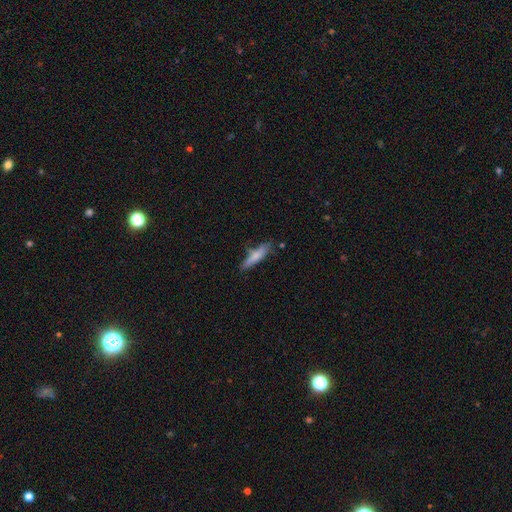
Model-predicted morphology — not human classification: This is likely a smooth galaxy (71%). How rounded: likely cigar-shaped (79%). Merging: likely none (63%).